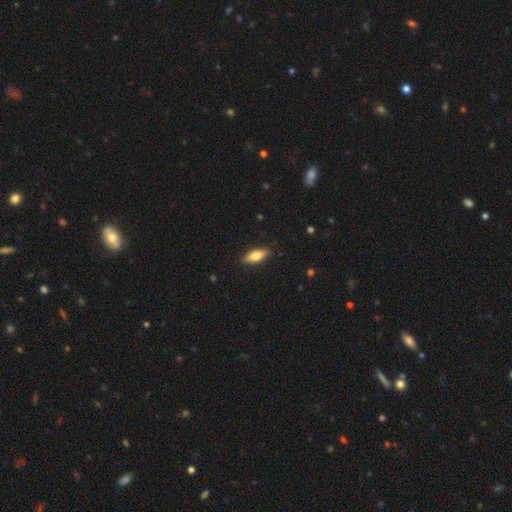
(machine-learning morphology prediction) type=smooth (71%); roundness=in between (71%); merging=none (87%).